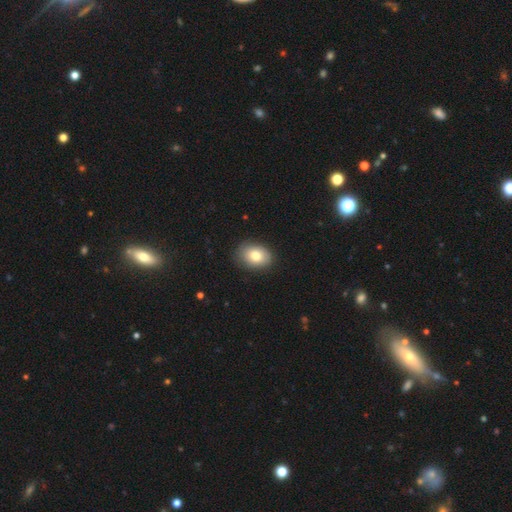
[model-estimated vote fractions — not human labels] This appears to be a smooth galaxy with no disk features (80%) that is in between round and cigar-shaped (76%). Merging: none (85%).